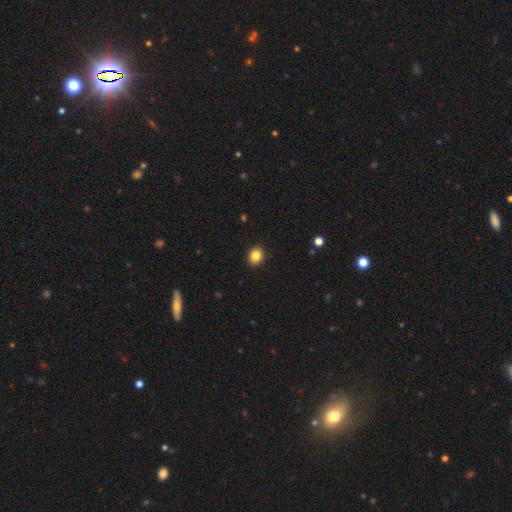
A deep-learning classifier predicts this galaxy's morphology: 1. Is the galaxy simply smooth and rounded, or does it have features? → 85% smooth, 10% star or artifact, 5% featured or disk.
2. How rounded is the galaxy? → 61% round, 38% in between, 1% cigar-shaped.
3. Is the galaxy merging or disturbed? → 92% none, 5% minor disturbance, 2% major disturbance, 1% merger.